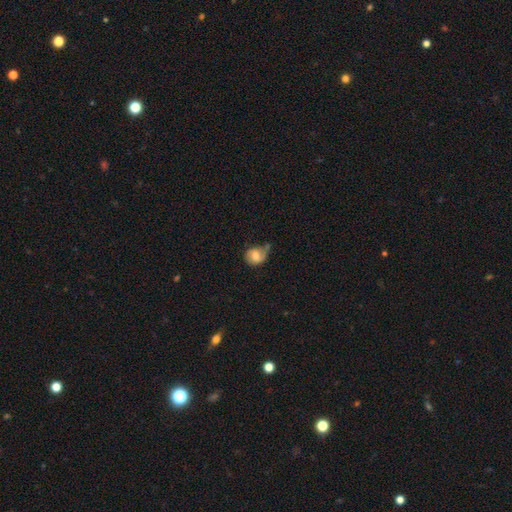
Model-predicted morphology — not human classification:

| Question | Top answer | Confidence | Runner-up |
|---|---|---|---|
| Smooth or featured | smooth | 59% | featured or disk (32%) |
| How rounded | in between | 50% | round (49%) |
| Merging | minor disturbance | 37% | none (35%) |